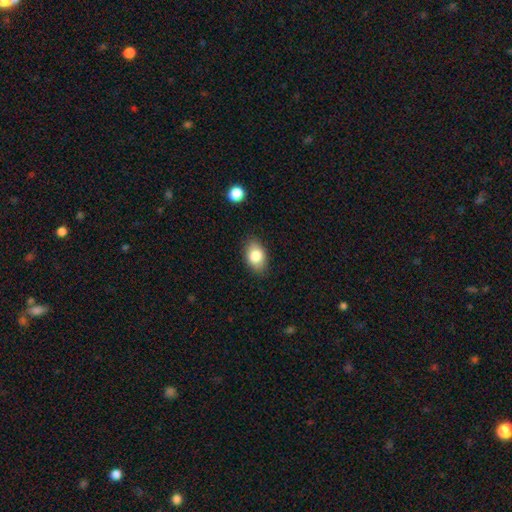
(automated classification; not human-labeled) Smooth or featured? Predicted: smooth (p=0.82). How rounded? Predicted: in between (p=0.86). Merging? Predicted: none (p=0.85).